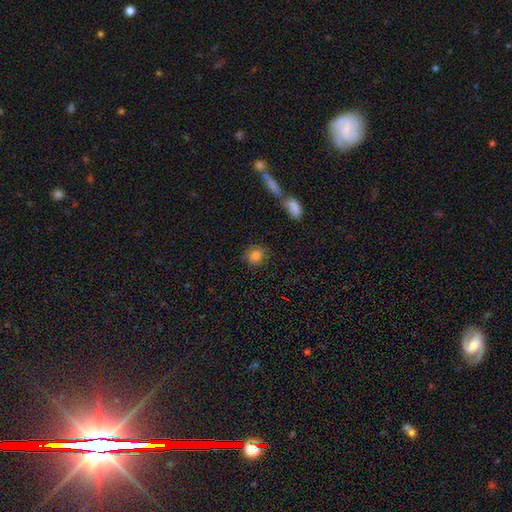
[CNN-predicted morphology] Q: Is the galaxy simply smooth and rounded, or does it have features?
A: smooth — 81%.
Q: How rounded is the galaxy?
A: round — 63%.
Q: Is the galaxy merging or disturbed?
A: none — 80%.